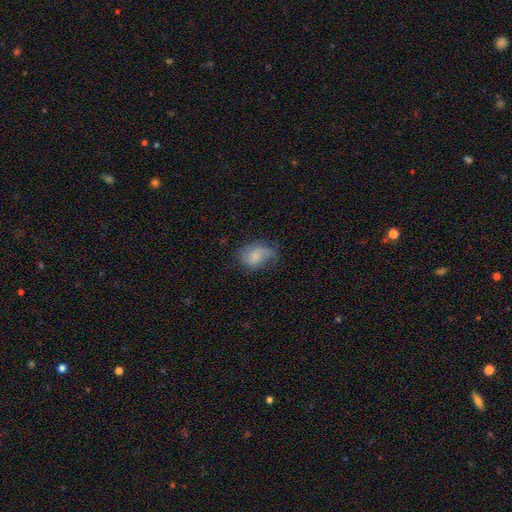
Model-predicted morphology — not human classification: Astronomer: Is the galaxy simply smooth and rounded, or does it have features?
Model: smooth — 50% (runner-up: featured or disk, 41%).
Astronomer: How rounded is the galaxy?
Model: in between — 77%.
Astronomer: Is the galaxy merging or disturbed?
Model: none — 50% (runner-up: minor disturbance, 30%).